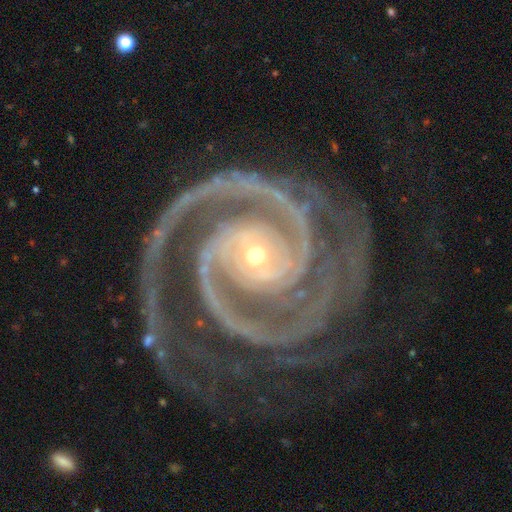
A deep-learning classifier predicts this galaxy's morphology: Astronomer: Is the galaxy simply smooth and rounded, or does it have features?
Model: featured or disk — 94%.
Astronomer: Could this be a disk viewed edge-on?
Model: no — 98%.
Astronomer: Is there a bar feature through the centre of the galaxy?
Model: no — 56%.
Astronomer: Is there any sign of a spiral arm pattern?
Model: yes — 99%.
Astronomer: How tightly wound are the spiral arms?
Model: tight — 57% (runner-up: medium, 35%).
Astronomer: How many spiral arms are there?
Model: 2 — 65%.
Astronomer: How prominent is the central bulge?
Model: small — 60% (runner-up: moderate, 36%).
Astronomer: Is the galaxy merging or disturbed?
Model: none — 69%.